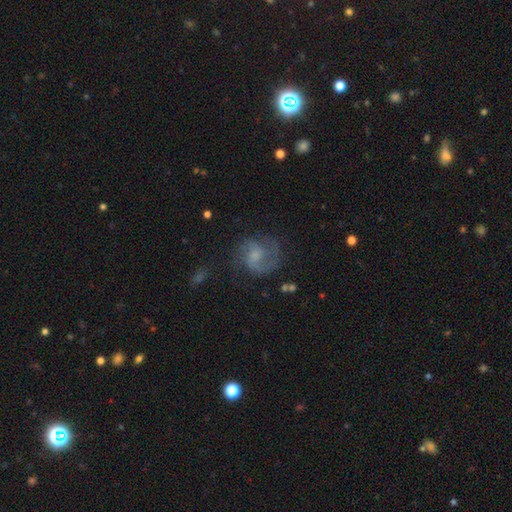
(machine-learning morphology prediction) featured or disk 72%, smooth 20%, star or artifact 9%. Down the decision tree: edge-on disk — no (98%); bar — no (50%); spiral arms — yes (92%); spiral arm count — 2 (68%); spiral winding — medium (51%); bulge size — small (38%); merging — none (63%).